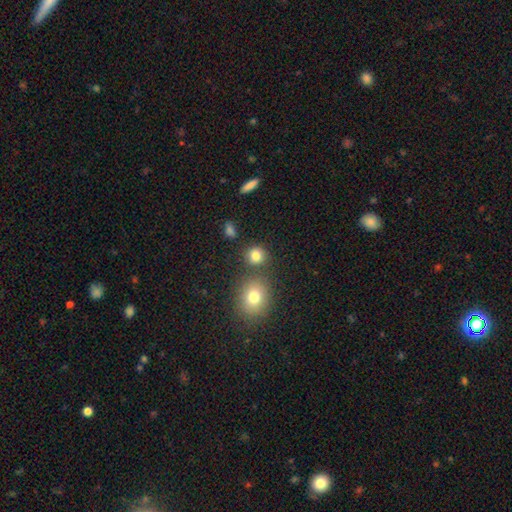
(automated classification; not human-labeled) smooth_or_featured: smooth (p=0.81) [alt: star or artifact p=0.13]
how_rounded: round (p=0.85) [alt: in between p=0.14]
merging: none (p=0.76) [alt: merger p=0.12]